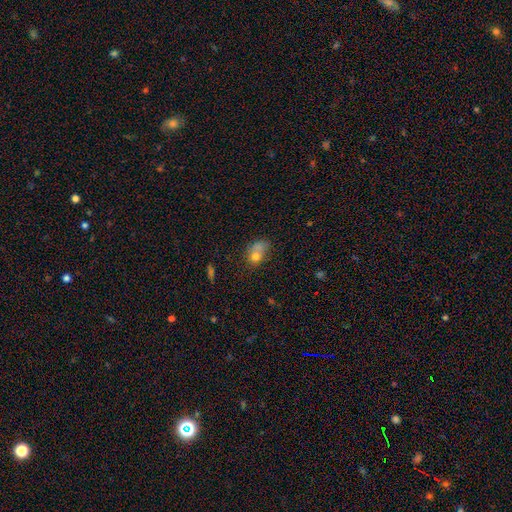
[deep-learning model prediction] Q: Smooth or featured?
A: smooth (70%); runner-up: featured or disk (18%)
Q: How rounded?
A: in between (56%); runner-up: round (42%)
Q: Merging?
A: merger (44%); runner-up: none (27%)